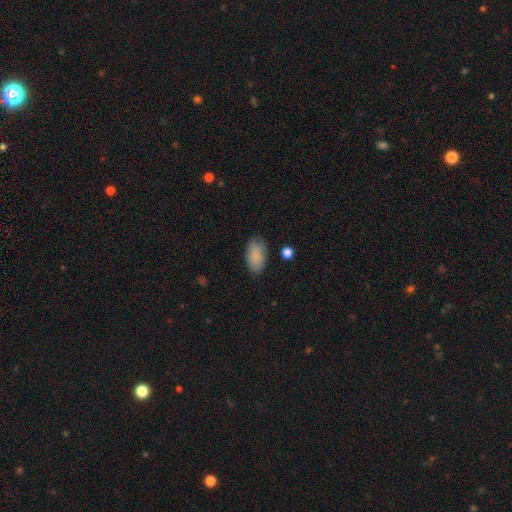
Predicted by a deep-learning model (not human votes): Q: Smooth or featured?
A: smooth (88%); runner-up: star or artifact (7%)
Q: How rounded?
A: in between (93%); runner-up: round (4%)
Q: Merging?
A: none (82%); runner-up: minor disturbance (13%)